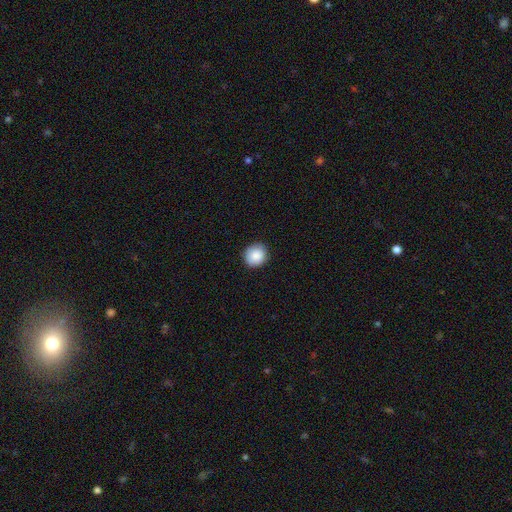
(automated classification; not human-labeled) Smooth or featured: smooth — 87% (star or artifact — 8%)
How rounded: round — 89% (in between — 10%)
Merging: none — 88% (minor disturbance — 9%)